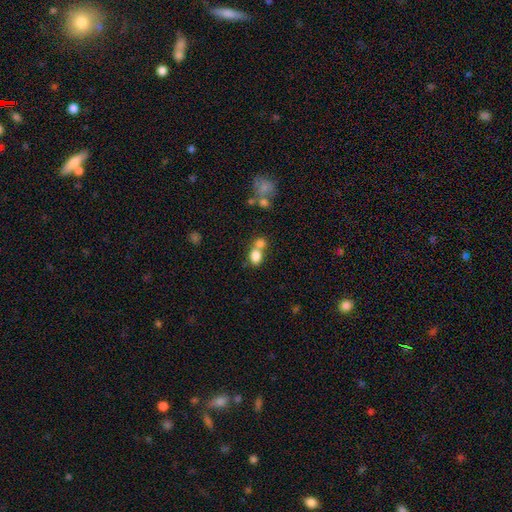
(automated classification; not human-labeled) This appears to be a smooth galaxy with no disk features (79%) that is in between round and cigar-shaped (55%). Merging: merger (51%).